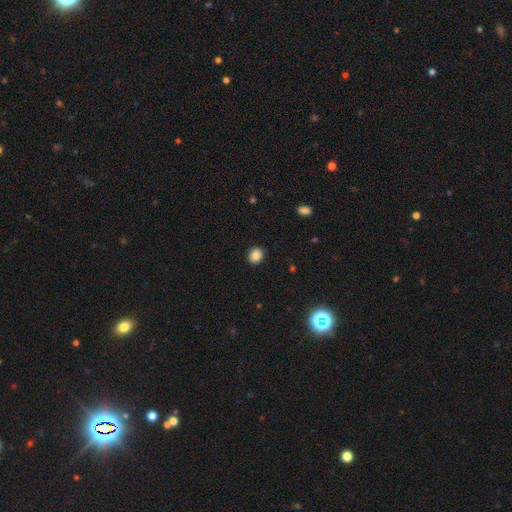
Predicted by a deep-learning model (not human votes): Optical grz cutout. It shows a smooth galaxy with no disk features (84%) that is round (79%). Merging: none (91%).